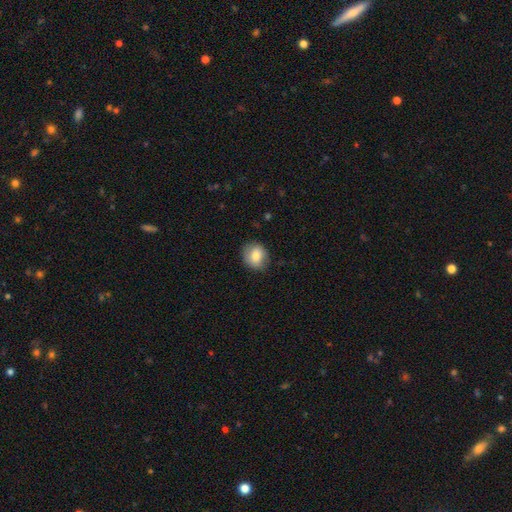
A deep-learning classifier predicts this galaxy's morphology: smooth_or_featured: smooth (p=0.76) [alt: featured or disk p=0.16]
how_rounded: round (p=0.73) [alt: in between p=0.26]
merging: none (p=0.79) [alt: minor disturbance p=0.16]